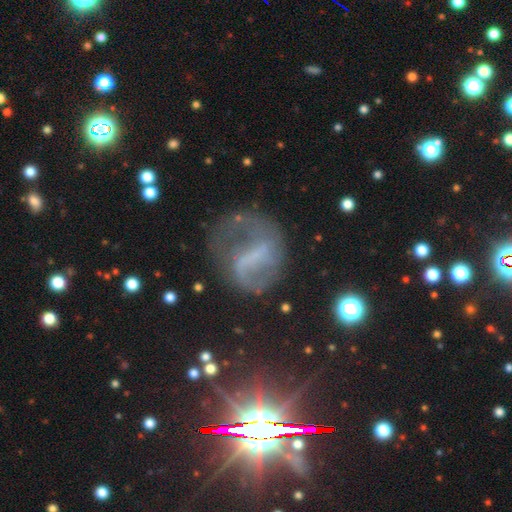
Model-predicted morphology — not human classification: Smooth or featured?
  - featured or disk: 68% *
  - smooth: 18%
  - star or artifact: 14%
Edge-on disk?
  - no: 96% *
  - yes: 4%
Bar?
  - strong: 46% *
  - weak: 34%
  - no: 21%
Spiral arms?
  - yes: 73% *
  - no: 27%
Bulge size?
  - none: 64% *
  - small: 20%
  - moderate: 10%
  - large: 4%
  - dominant: 2%
Merging?
  - none: 54% *
  - major disturbance: 23%
  - minor disturbance: 20%
  - merger: 4%